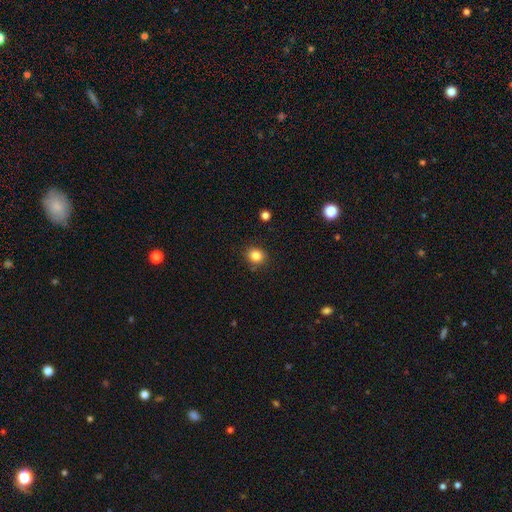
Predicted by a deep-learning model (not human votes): Morphology: type=smooth (84%); roundness=round (79%); merging=none (86%).